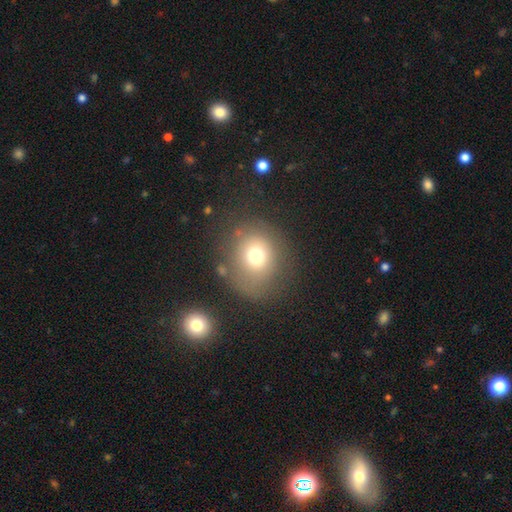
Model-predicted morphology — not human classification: smooth-or-featured: smooth: 70% | featured or disk: 15% | star or artifact: 15%
  how-rounded: round: 79% | in between: 20% | cigar-shaped: 1%
  merging: none: 71% | minor disturbance: 15% | major disturbance: 10% | merger: 4%